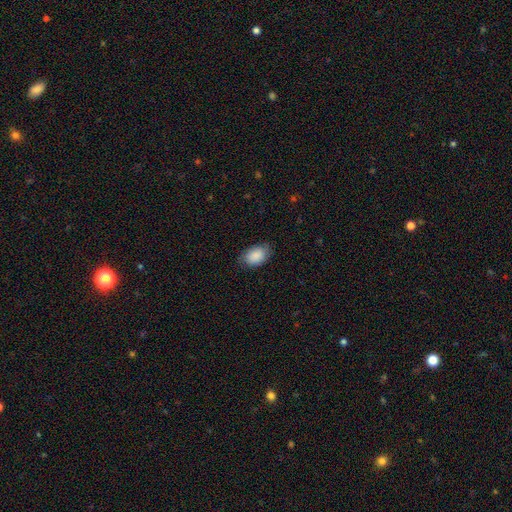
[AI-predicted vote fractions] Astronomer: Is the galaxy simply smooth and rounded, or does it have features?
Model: smooth — 86%.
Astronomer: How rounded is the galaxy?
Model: in between — 87%.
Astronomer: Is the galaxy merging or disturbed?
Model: none — 76%.